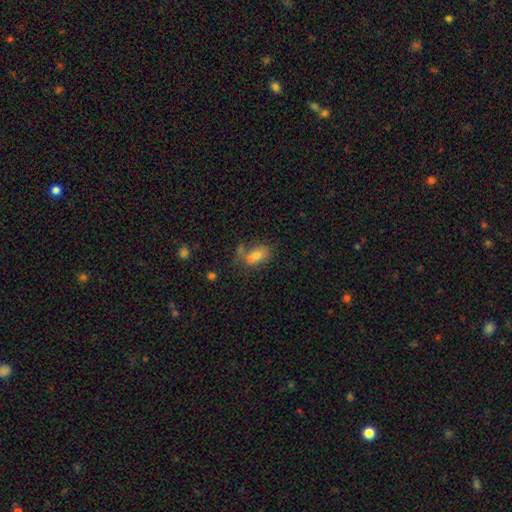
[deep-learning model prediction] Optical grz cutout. It shows a smooth galaxy with no disk features (68%) that is in between round and cigar-shaped (80%). Merging: none (42%).